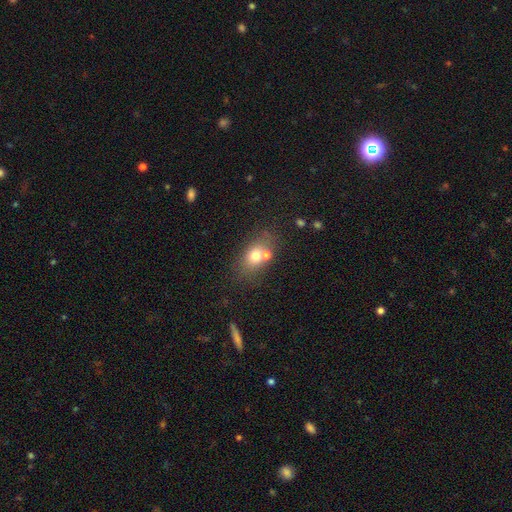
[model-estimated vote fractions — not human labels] Morphology: type=smooth (67%); roundness=in between (65%); merging=none (53%).